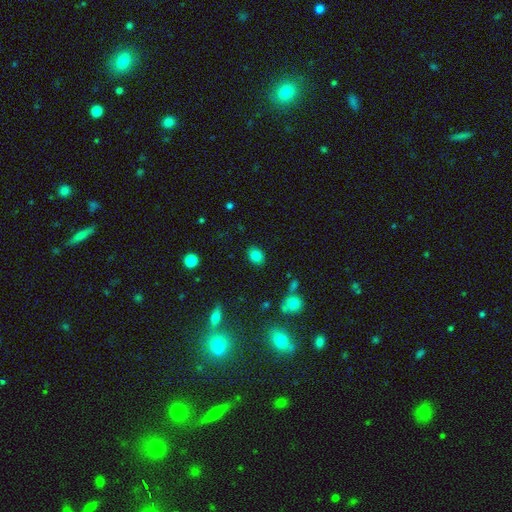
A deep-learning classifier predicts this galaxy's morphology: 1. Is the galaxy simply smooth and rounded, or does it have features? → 83% smooth, 10% star or artifact, 7% featured or disk.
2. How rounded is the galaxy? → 58% in between, 41% round, 1% cigar-shaped.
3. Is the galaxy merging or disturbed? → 87% none, 9% minor disturbance, 2% major disturbance, 2% merger.